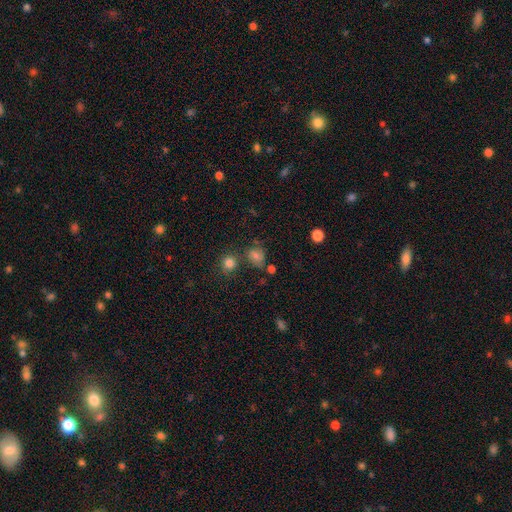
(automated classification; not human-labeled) A smooth galaxy with no disk features (62%) that is round (70%). Merging: none (64%).